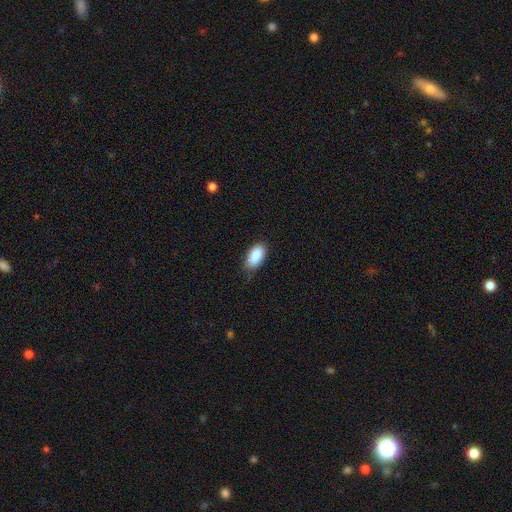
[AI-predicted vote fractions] This is clearly a smooth galaxy (88%). How rounded: clearly in between (92%). Merging: likely none (70%).